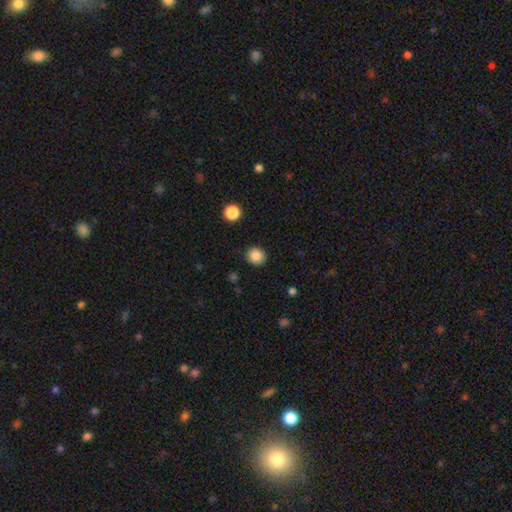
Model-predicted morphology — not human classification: Smooth or featured? smooth (86%)
How rounded? round (82%)
Merging? none (89%)